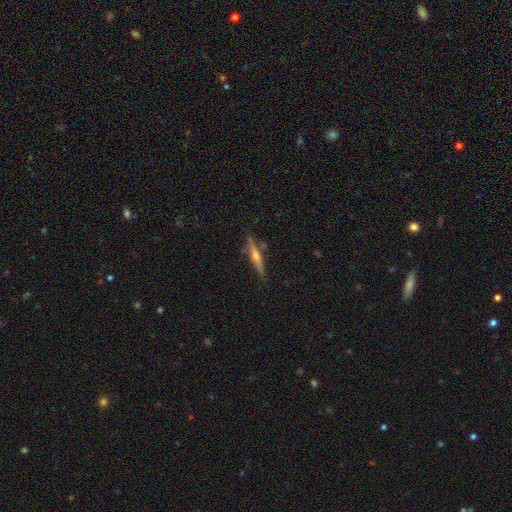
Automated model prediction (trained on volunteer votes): Smooth or featured?
  - featured or disk: 68% *
  - smooth: 26%
  - star or artifact: 6%
Edge-on disk?
  - yes: 97% *
  - no: 3%
Edge-on bulge?
  - rounded: 86% *
  - none: 9%
  - boxy: 5%
Merging?
  - none: 84% *
  - minor disturbance: 11%
  - merger: 3%
  - major disturbance: 2%